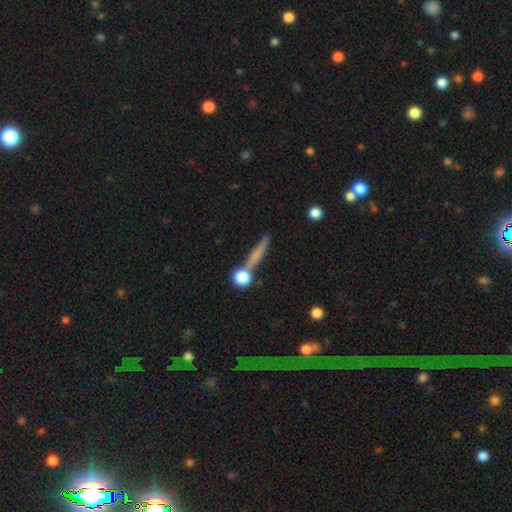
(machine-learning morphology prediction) Q: Smooth or featured?
A: smooth (57%); runner-up: featured or disk (33%)
Q: How rounded?
A: cigar-shaped (79%); runner-up: round (13%)
Q: Merging?
A: none (72%); runner-up: minor disturbance (12%)